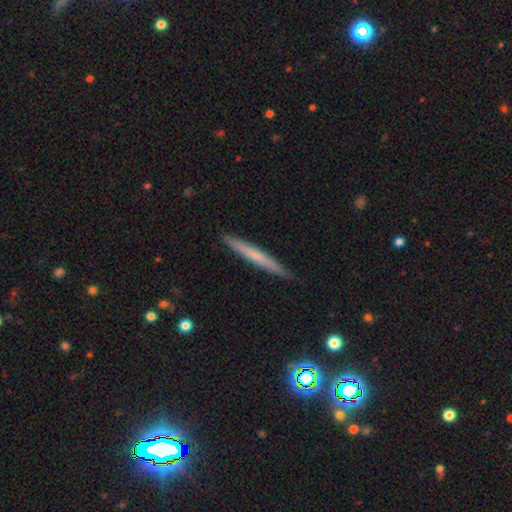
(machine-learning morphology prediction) smooth 57%, featured or disk 38%, star or artifact 5%. Down the decision tree: how rounded — cigar-shaped (97%); merging — none (90%).